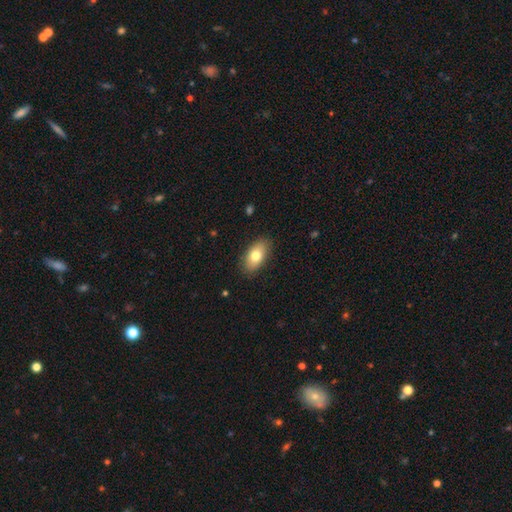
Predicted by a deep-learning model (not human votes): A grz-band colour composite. It shows a smooth galaxy with no disk features (77%) that is in between round and cigar-shaped (91%). Merging: none (87%).